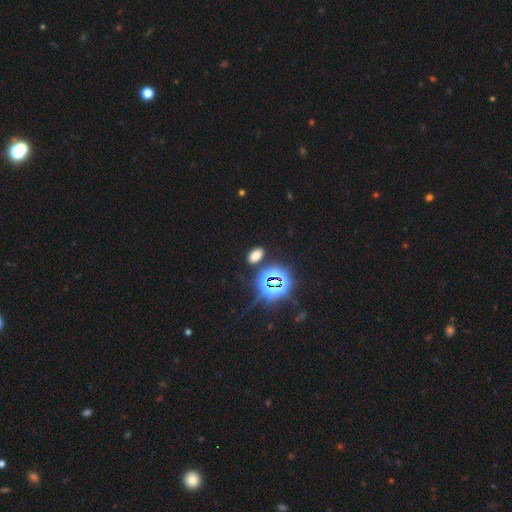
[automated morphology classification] Q: Smooth or featured?
A: smooth (60%); runner-up: star or artifact (34%)
Q: How rounded?
A: in between (89%); runner-up: round (8%)
Q: Merging?
A: none (85%); runner-up: minor disturbance (8%)